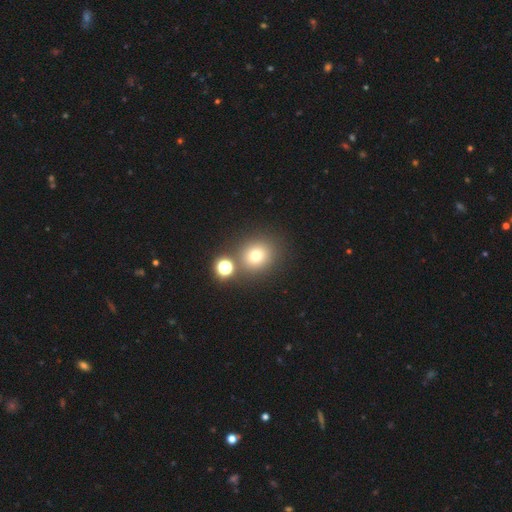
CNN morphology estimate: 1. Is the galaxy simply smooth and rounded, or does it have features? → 72% smooth, 19% star or artifact, 10% featured or disk.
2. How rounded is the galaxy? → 84% round, 15% in between, 1% cigar-shaped.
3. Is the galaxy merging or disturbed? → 76% none, 12% merger, 8% minor disturbance, 4% major disturbance.